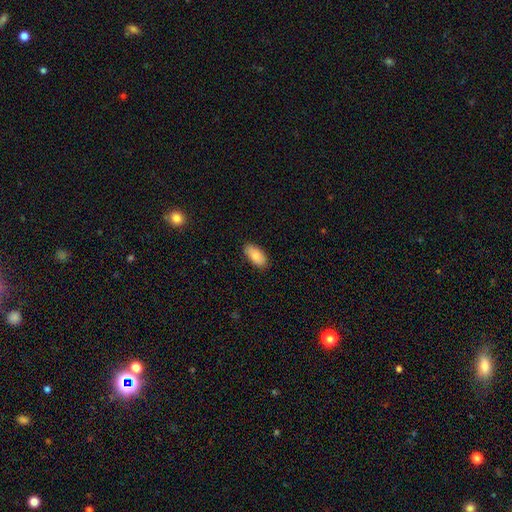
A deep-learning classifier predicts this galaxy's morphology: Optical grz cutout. It shows a smooth galaxy with no disk features (86%) that is in between round and cigar-shaped (93%). Merging: none (86%).